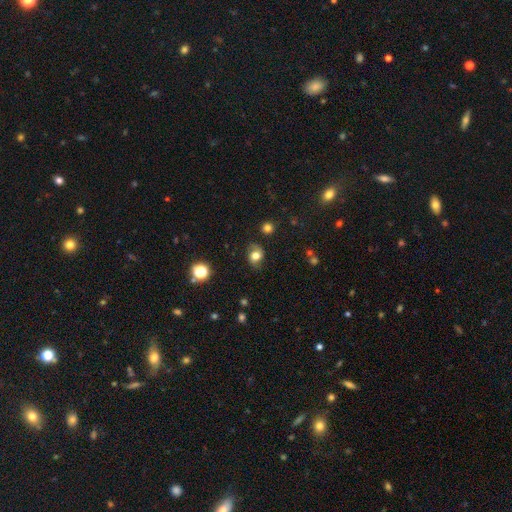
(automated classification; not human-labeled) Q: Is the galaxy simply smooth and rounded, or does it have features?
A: smooth — 64%.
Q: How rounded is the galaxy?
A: round — 51%.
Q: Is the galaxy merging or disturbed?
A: none — 73%.